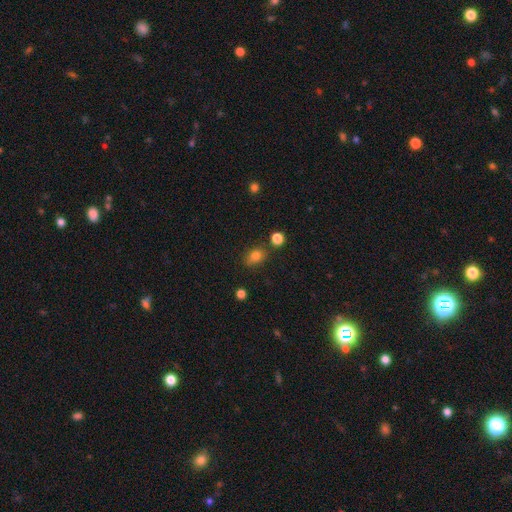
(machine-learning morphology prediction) Smooth or featured? smooth (80%)
How rounded? in between (58%)
Merging? none (73%)